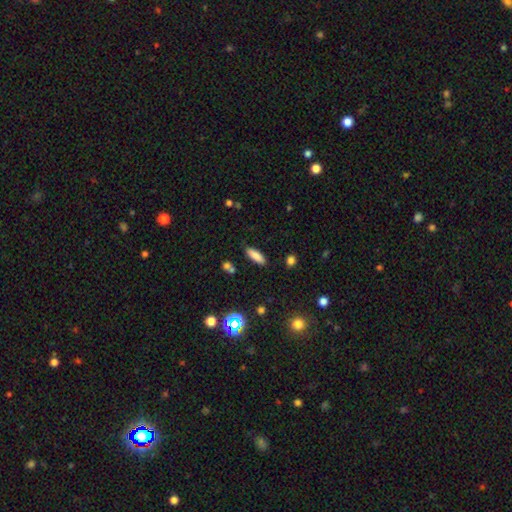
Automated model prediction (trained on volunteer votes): smooth-or-featured: smooth: 82% | star or artifact: 10% | featured or disk: 8%
  how-rounded: in between: 58% | cigar-shaped: 40% | round: 2%
  merging: none: 85% | minor disturbance: 10% | merger: 3% | major disturbance: 2%